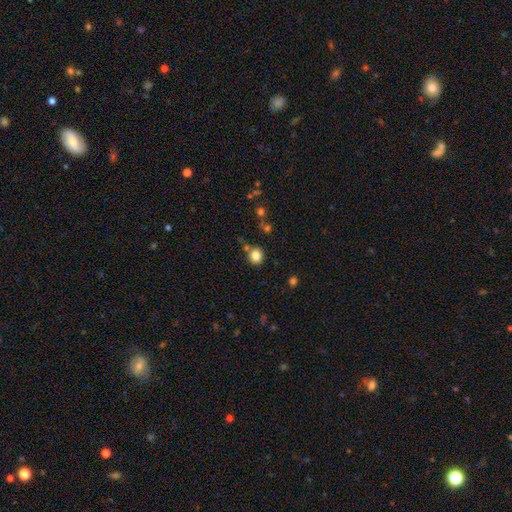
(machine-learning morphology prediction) Overall: smooth (83%). How rounded: round (86%). Merging: none (77%).